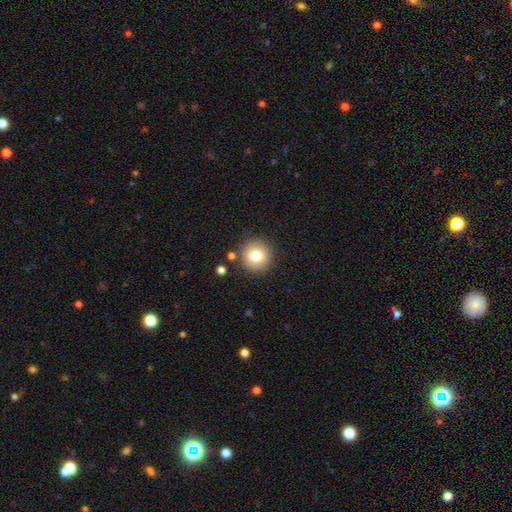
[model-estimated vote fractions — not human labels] This appears to be a smooth galaxy with no disk features (77%) that is round (94%). Merging: none (87%).